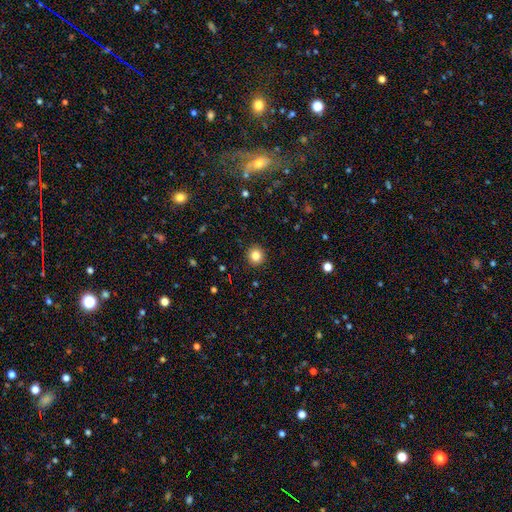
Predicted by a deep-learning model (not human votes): A smooth galaxy with no disk features (84%) that is round (91%).

Vote fractions:
- Smooth or featured? smooth: 84% / star or artifact: 11% / featured or disk: 6%
- How rounded? round: 91% / in between: 8% / cigar-shaped: 1%
- Merging? none: 92% / minor disturbance: 5% / major disturbance: 2% / merger: 1%